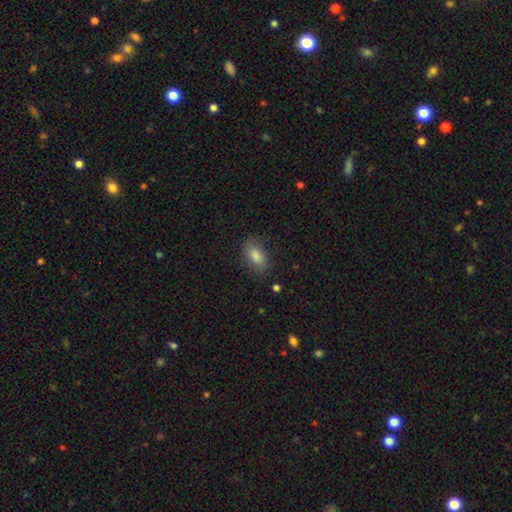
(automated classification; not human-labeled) A smooth galaxy with no disk features (82%) that is in between round and cigar-shaped (88%).

Vote fractions:
- Smooth or featured? smooth: 82% / star or artifact: 10% / featured or disk: 8%
- How rounded? in between: 88% / round: 8% / cigar-shaped: 4%
- Merging? none: 82% / minor disturbance: 13% / major disturbance: 3% / merger: 1%